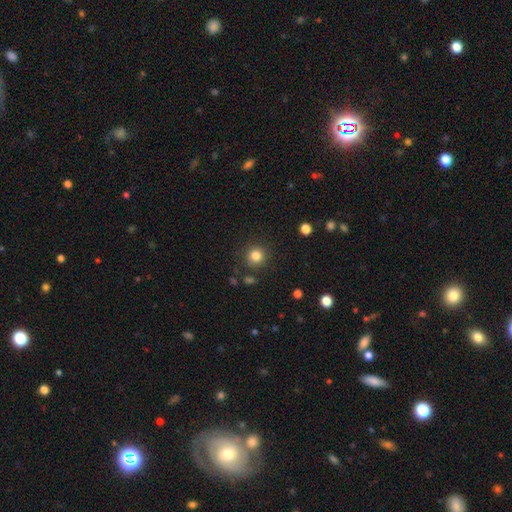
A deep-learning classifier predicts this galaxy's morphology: A smooth galaxy with no disk features (82%) that is round (93%). Merging: none (87%).